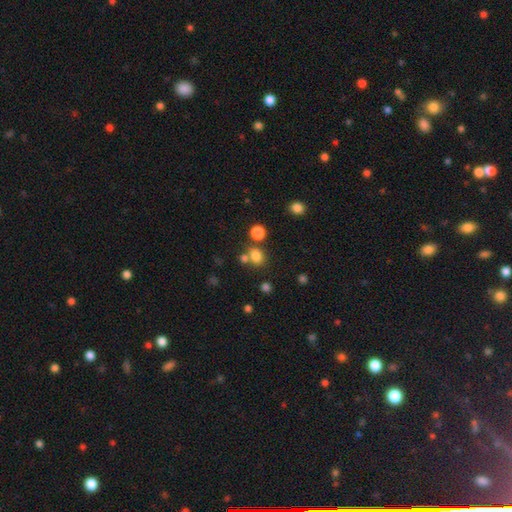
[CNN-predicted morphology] The model was most divided on "how rounded": round: 65%, in between: 34%, cigar-shaped: 1%. More confident: smooth or featured — smooth (77%); merging — none (65%).